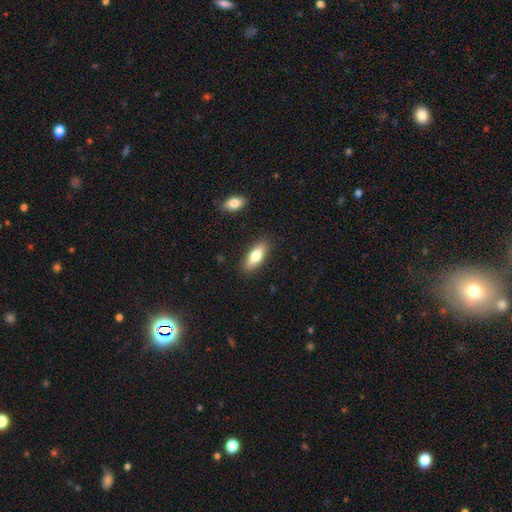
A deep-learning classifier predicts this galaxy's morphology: Smooth or featured: smooth — 75% (featured or disk — 19%)
How rounded: in between — 73% (cigar-shaped — 24%)
Merging: none — 87% (minor disturbance — 9%)